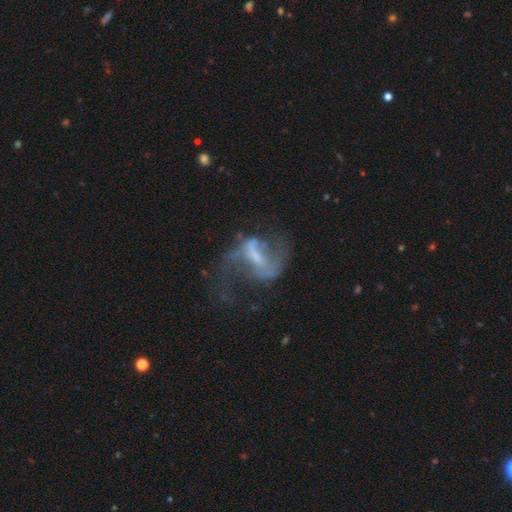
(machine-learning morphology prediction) Smooth or featured? featured or disk (76%)
Edge-on disk? no (95%)
Bar? weak (42%)
Spiral arms? yes (74%)
Spiral winding? loose (68%)
Spiral arm count? 2 (78%)
Bulge size? small (37%)
Merging? major disturbance (41%)